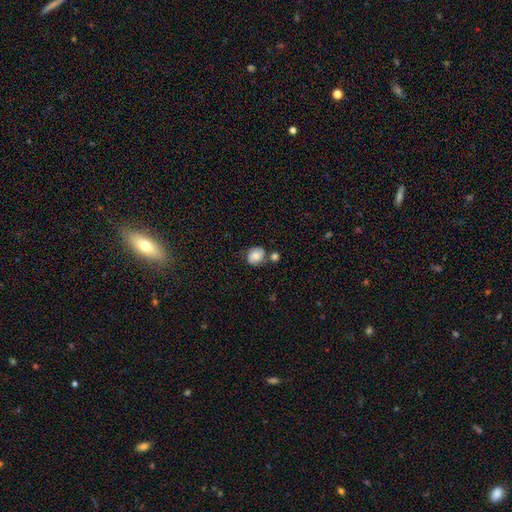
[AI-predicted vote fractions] smooth 65%, featured or disk 25%, star or artifact 10%. Down the decision tree: how rounded — round (72%); merging — none (61%).